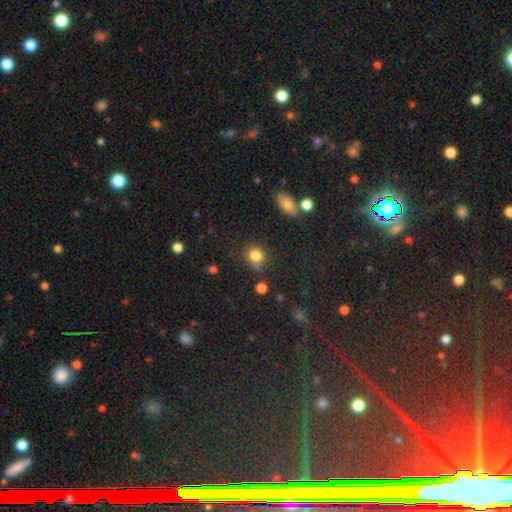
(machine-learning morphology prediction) smooth-or-featured: smooth: 83% | star or artifact: 12% | featured or disk: 6%
  how-rounded: round: 83% | in between: 16% | cigar-shaped: 1%
  merging: none: 70% | minor disturbance: 18% | merger: 7% | major disturbance: 5%